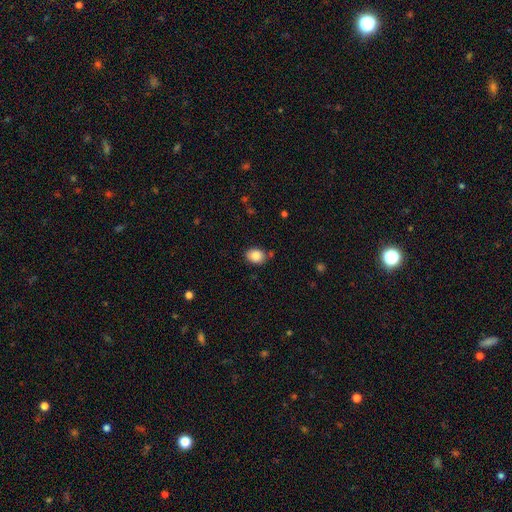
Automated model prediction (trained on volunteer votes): A smooth galaxy with no disk features (86%) that is in between round and cigar-shaped (66%). Merging: none (80%).